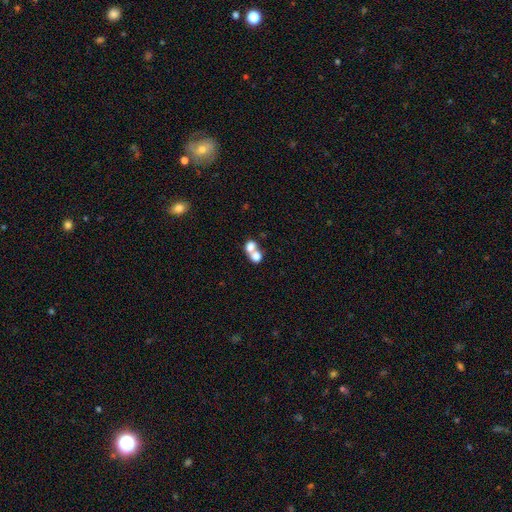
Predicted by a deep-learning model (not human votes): Smooth or featured?
  - smooth: 74% *
  - featured or disk: 16%
  - star or artifact: 10%
How rounded?
  - round: 58% *
  - in between: 41%
  - cigar-shaped: 1%
Merging?
  - merger: 69% *
  - none: 23%
  - minor disturbance: 5%
  - major disturbance: 4%